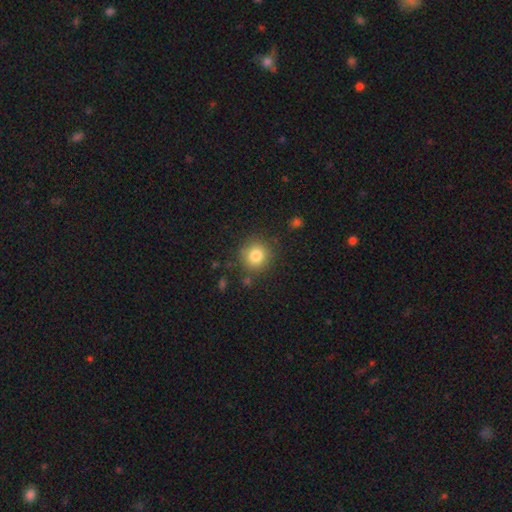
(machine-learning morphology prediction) Smooth or featured?
  - smooth: 82% *
  - star or artifact: 11%
  - featured or disk: 8%
How rounded?
  - round: 91% *
  - in between: 8%
  - cigar-shaped: 1%
Merging?
  - none: 85% *
  - minor disturbance: 10%
  - major disturbance: 3%
  - merger: 3%